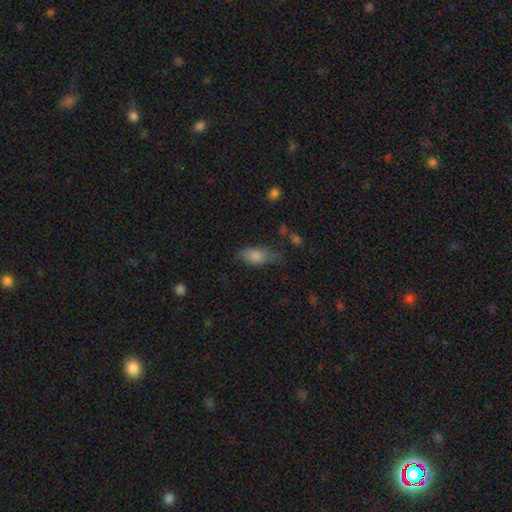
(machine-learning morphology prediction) Q: Smooth or featured?
A: smooth (76%); runner-up: featured or disk (15%)
Q: How rounded?
A: in between (85%); runner-up: cigar-shaped (11%)
Q: Merging?
A: none (56%); runner-up: minor disturbance (31%)